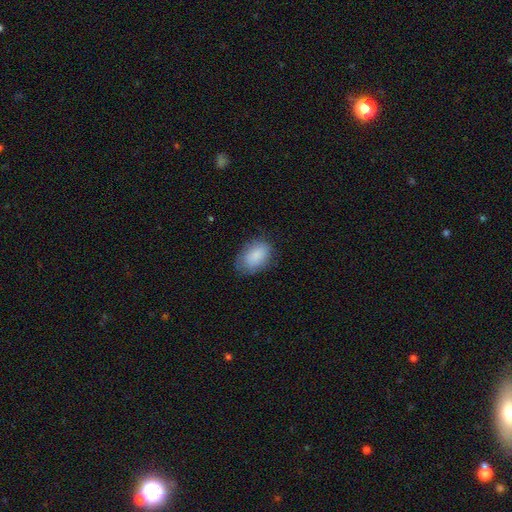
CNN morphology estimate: smooth 86%, featured or disk 7%, star or artifact 7%. Down the decision tree: how rounded — in between (86%); merging — none (74%).